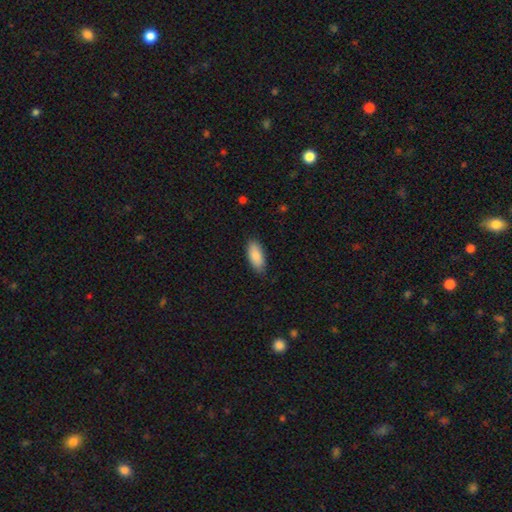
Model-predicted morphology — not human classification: type=smooth (88%); roundness=in between (86%); merging=none (84%).